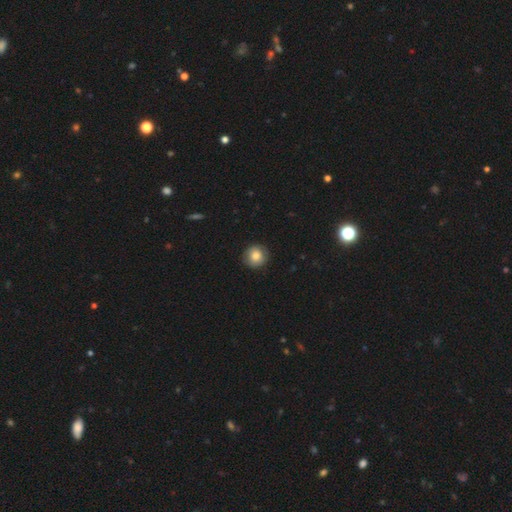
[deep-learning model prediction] This is clearly a smooth galaxy (82%). How rounded: clearly round (93%). Merging: clearly none (89%).